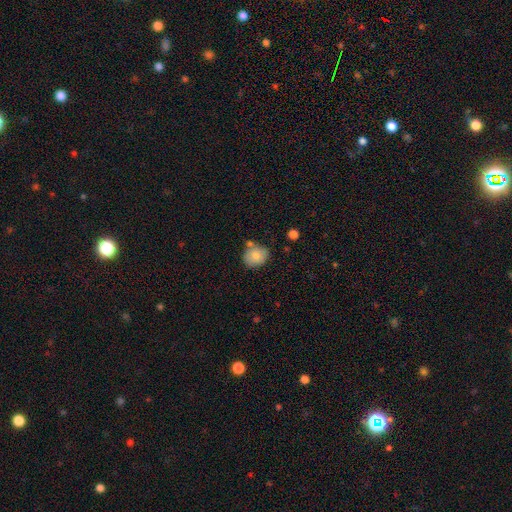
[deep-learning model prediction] This appears to be a smooth galaxy with no disk features (80%) that is round (63%). Merging: none (67%).